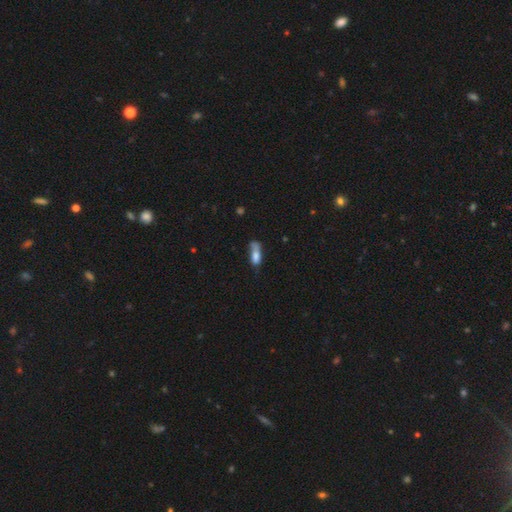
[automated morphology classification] Smooth or featured? smooth (72%)
How rounded? in between (64%)
Merging? none (33%)